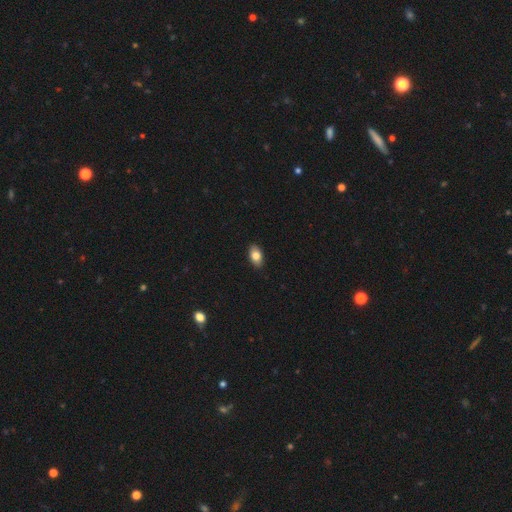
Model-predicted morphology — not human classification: This is clearly a smooth galaxy (82%). How rounded: clearly in between (91%). Merging: clearly none (89%).